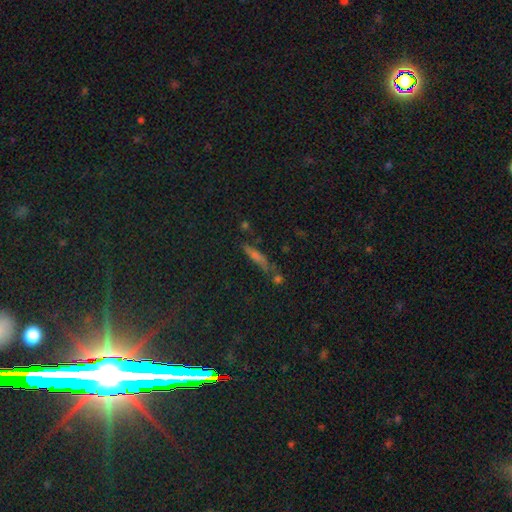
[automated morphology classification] This appears to be a smooth galaxy with no disk features (45%). Merging: none (67%).